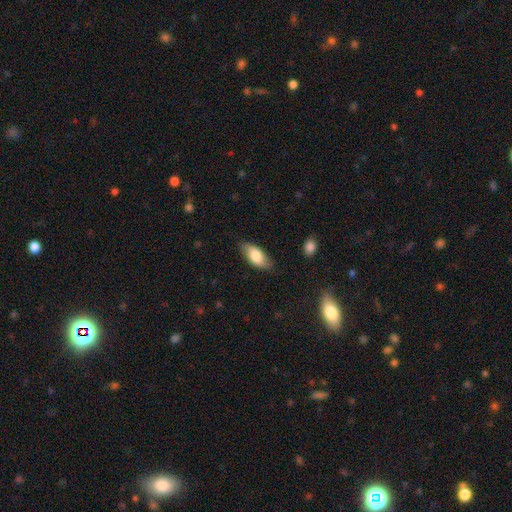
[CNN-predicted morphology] This appears to be a smooth galaxy with no disk features (78%) that is in between round and cigar-shaped (86%). Merging: none (81%).